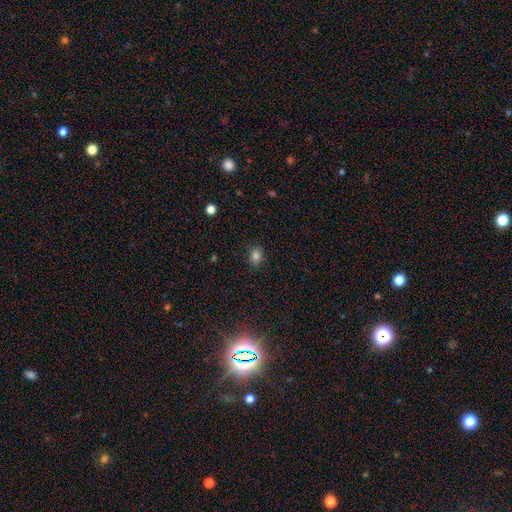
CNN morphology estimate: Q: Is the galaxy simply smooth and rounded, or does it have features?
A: smooth — 82%.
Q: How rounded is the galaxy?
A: in between — 62%.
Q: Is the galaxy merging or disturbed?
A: none — 83%.